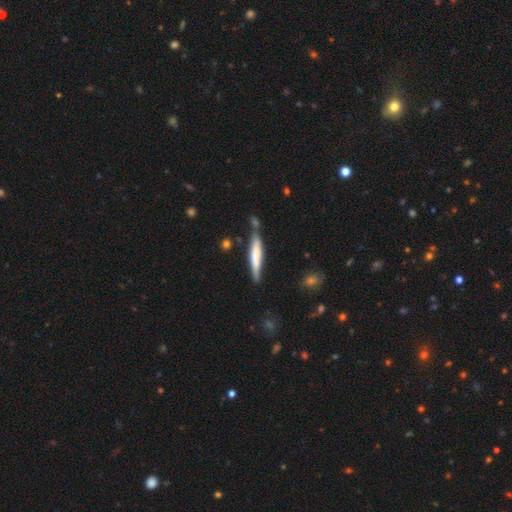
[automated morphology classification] smooth_or_featured: smooth (p=0.53) [alt: featured or disk p=0.41]
how_rounded: cigar-shaped (p=0.90) [alt: in between p=0.08]
merging: none (p=0.65) [alt: minor disturbance p=0.20]